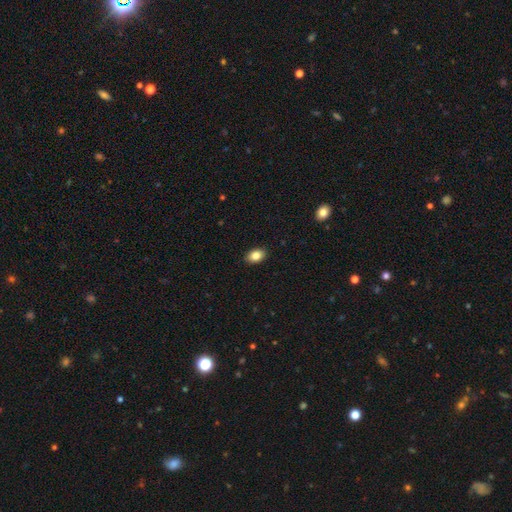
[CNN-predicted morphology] type=smooth (86%); roundness=in between (85%); merging=none (90%).